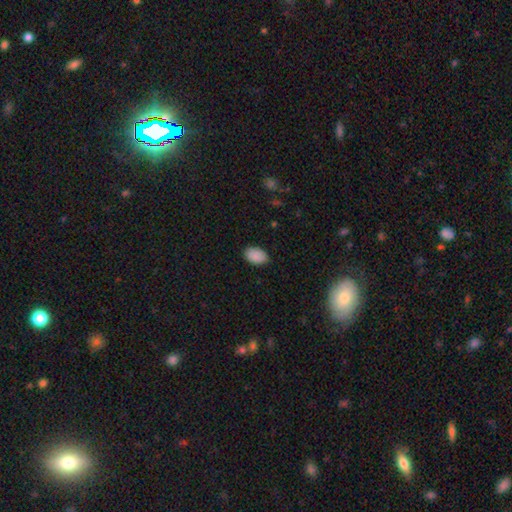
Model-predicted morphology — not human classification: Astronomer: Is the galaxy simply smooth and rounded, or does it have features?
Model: smooth — 89%.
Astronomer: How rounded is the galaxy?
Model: in between — 89%.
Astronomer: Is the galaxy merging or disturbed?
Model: none — 85%.